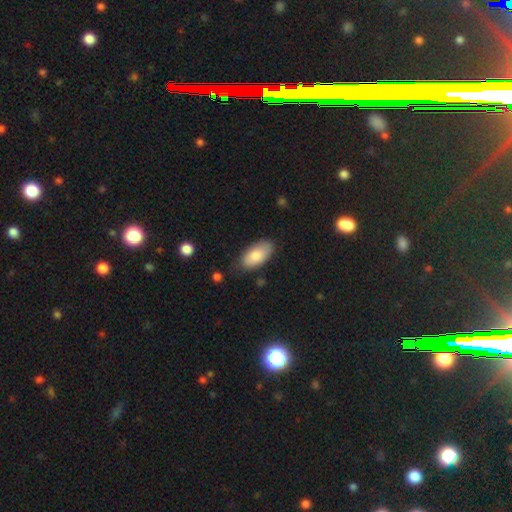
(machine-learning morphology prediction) smooth_or_featured: smooth (p=0.82) [alt: featured or disk p=0.11]
how_rounded: in between (p=0.93) [alt: cigar-shaped p=0.04]
merging: none (p=0.77) [alt: minor disturbance p=0.18]